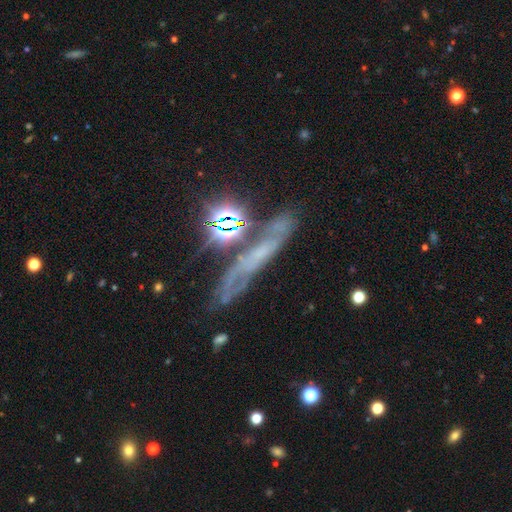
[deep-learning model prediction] Morphology: type=featured or disk (53%); edge-on=yes (50%, tied with no); merging=none (62%).